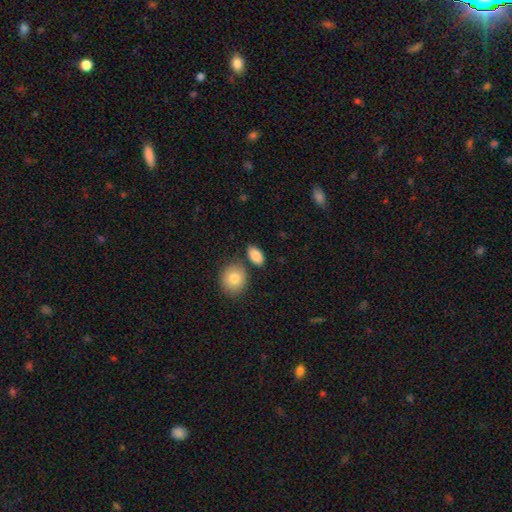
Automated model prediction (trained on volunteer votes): A smooth galaxy with no disk features (87%) that is in between round and cigar-shaped (87%).

Vote fractions:
- Smooth or featured? smooth: 87% / star or artifact: 7% / featured or disk: 6%
- How rounded? in between: 87% / round: 10% / cigar-shaped: 2%
- Merging? none: 75% / minor disturbance: 12% / merger: 10% / major disturbance: 3%